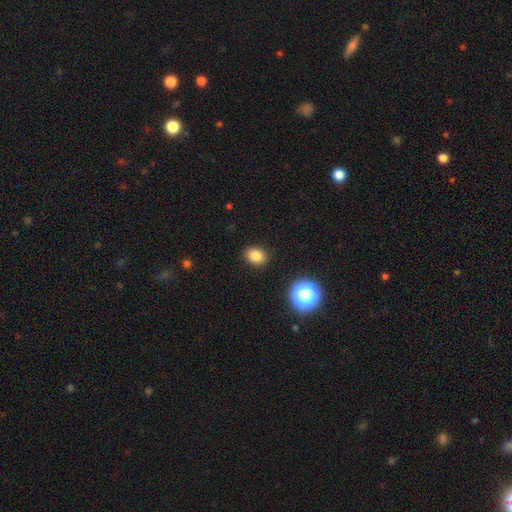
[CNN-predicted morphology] type=smooth (82%); roundness=in between (53%); merging=none (89%).